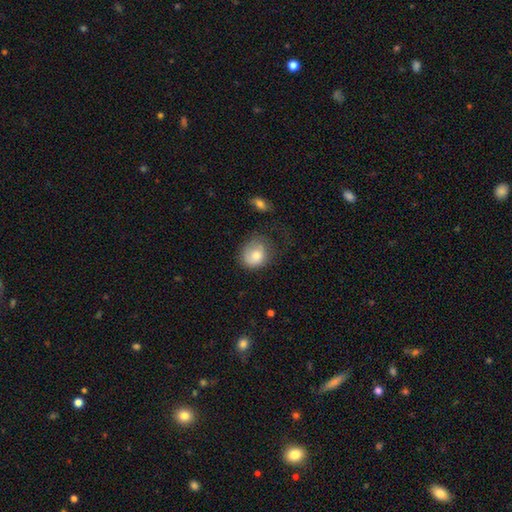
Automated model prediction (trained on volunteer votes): Smooth or featured?
  - smooth: 73% *
  - featured or disk: 19%
  - star or artifact: 8%
How rounded?
  - round: 64% *
  - in between: 35%
  - cigar-shaped: 1%
Merging?
  - none: 49% *
  - minor disturbance: 28%
  - major disturbance: 20%
  - merger: 3%